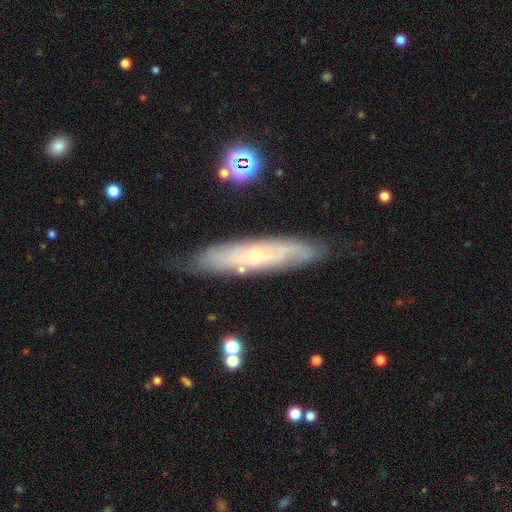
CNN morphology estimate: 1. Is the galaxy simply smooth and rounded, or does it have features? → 64% featured or disk, 29% smooth, 8% star or artifact.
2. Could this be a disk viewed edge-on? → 58% no, 42% yes.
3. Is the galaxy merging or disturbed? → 78% none, 16% minor disturbance, 4% major disturbance, 2% merger.